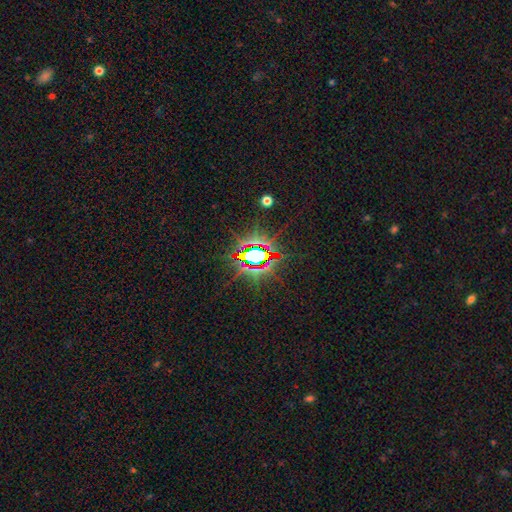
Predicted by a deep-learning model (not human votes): star or artifact 81%, featured or disk 10%, smooth 9%.